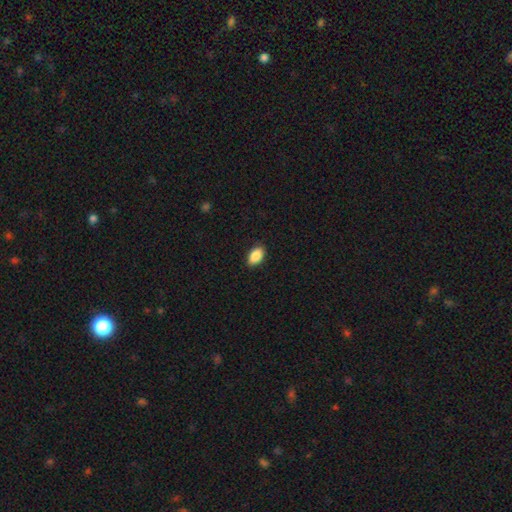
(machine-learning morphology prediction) Smooth or featured? Predicted: smooth (p=0.89). How rounded? Predicted: in between (p=0.92). Merging? Predicted: none (p=0.89).